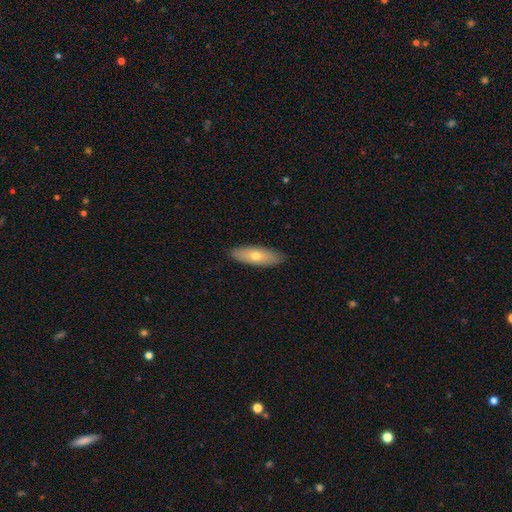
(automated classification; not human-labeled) Smooth or featured? smooth (63%)
How rounded? in between (52%)
Merging? none (88%)